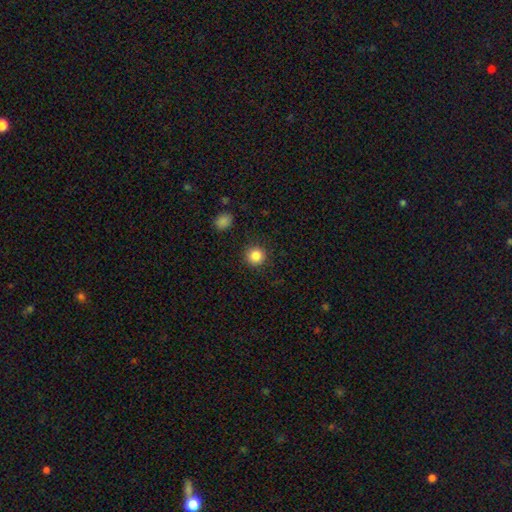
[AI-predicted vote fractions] smooth 86%, star or artifact 10%, featured or disk 4%. Down the decision tree: how rounded — round (94%); merging — none (90%).